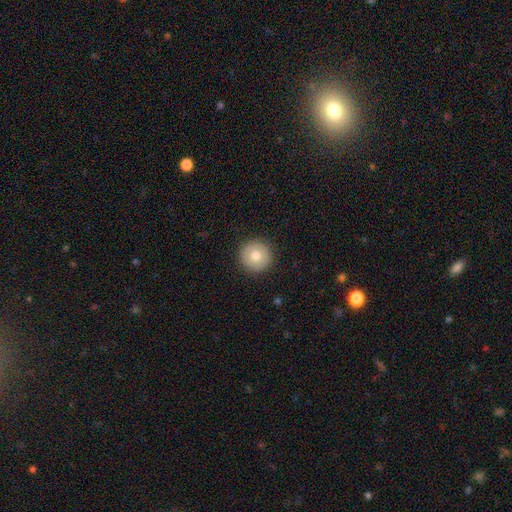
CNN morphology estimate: Smooth or featured? smooth (78%)
How rounded? round (96%)
Merging? none (92%)